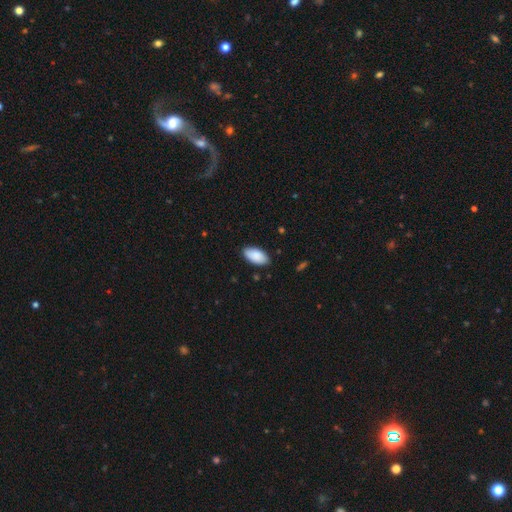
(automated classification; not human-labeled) smooth_or_featured: smooth (p=0.89) [alt: star or artifact p=0.06]
how_rounded: in between (p=0.95) [alt: cigar-shaped p=0.03]
merging: none (p=0.86) [alt: minor disturbance p=0.11]